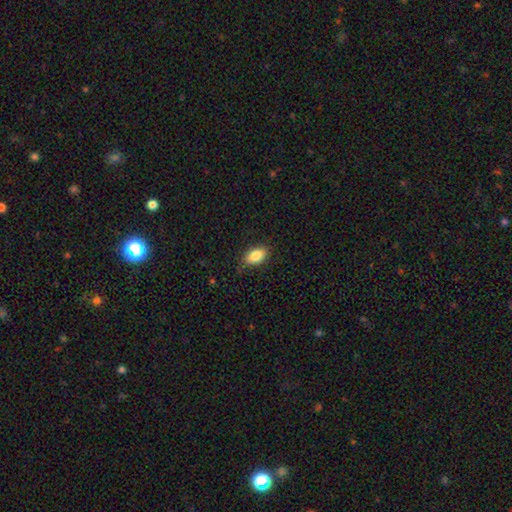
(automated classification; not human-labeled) Smooth or featured? smooth (85%)
How rounded? in between (90%)
Merging? none (79%)